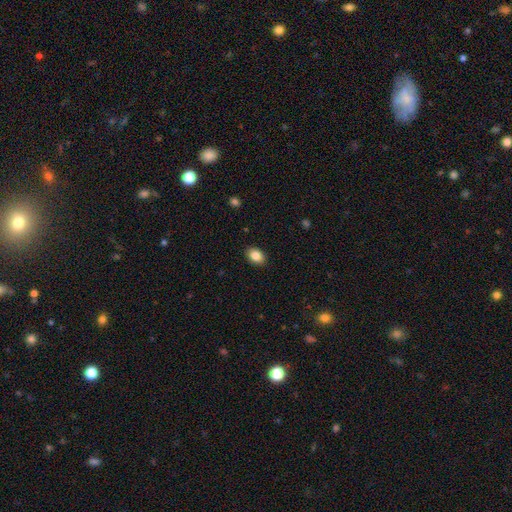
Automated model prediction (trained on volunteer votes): A smooth galaxy with no disk features (86%) that is in between round and cigar-shaped (76%). Merging: none (90%).